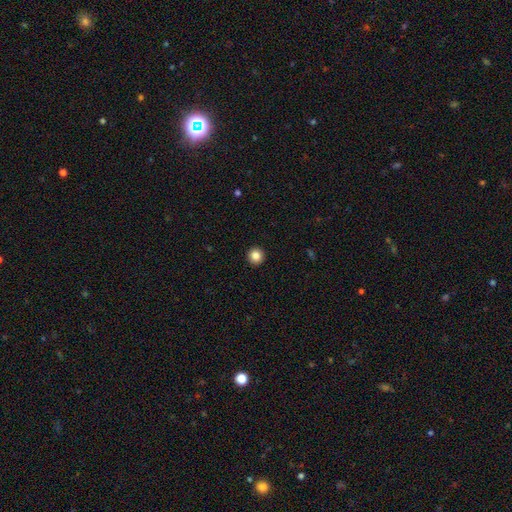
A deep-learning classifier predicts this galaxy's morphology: Smooth or featured: smooth — 85% (star or artifact — 10%)
How rounded: round — 95% (in between — 4%)
Merging: none — 94% (minor disturbance — 4%)